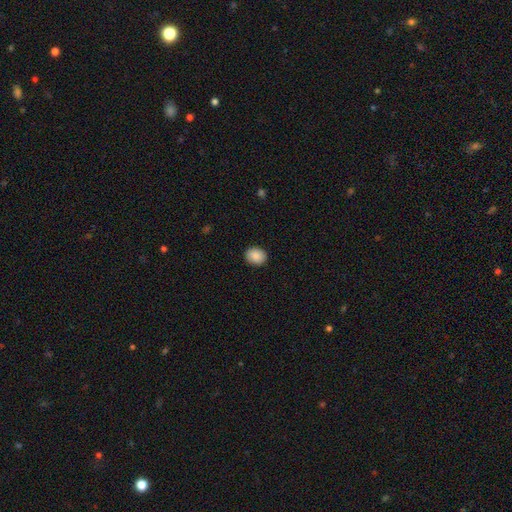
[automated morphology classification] smooth 88%, star or artifact 8%, featured or disk 4%. Down the decision tree: how rounded — round (62%); merging — none (90%).